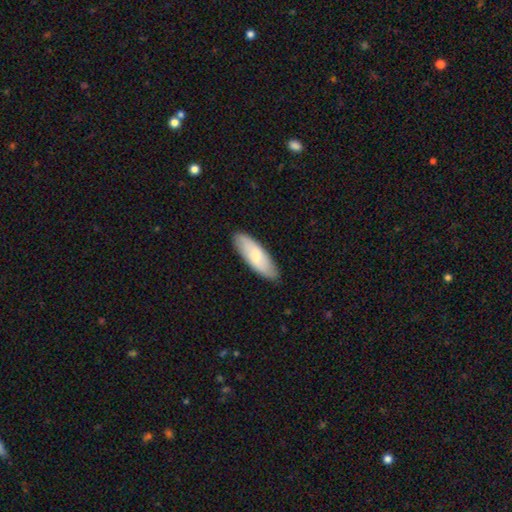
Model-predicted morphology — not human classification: Overall: smooth (69%). How rounded: in between (60%; cigar-shaped 38%). Merging: none (85%).